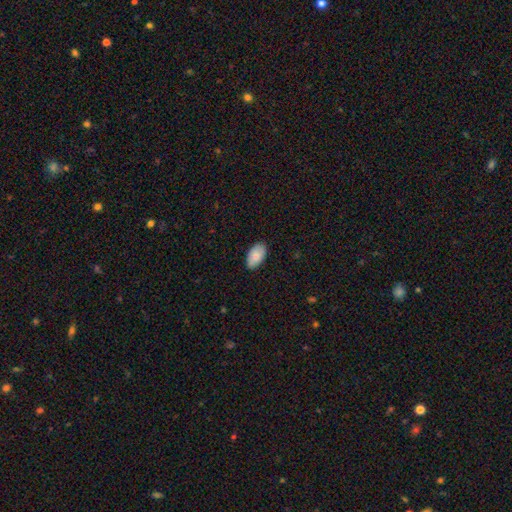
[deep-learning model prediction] The model was most divided on "merging": none: 86%, minor disturbance: 11%, major disturbance: 2%, merger: 1%. More confident: how rounded — in between (95%); smooth or featured — smooth (88%).